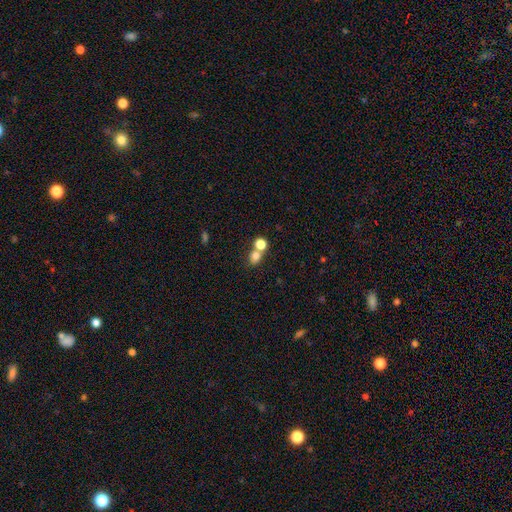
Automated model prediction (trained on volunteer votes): This appears to be a smooth galaxy with no disk features (77%) that is round (62%). Merging: merger (50%).